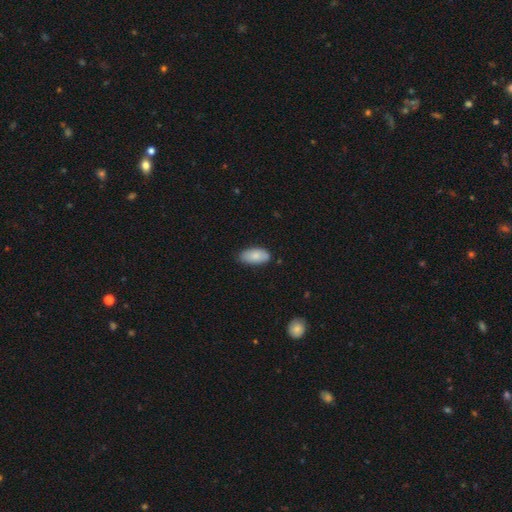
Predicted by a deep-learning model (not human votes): Morphology: type=smooth (82%); roundness=in between (94%); merging=none (77%).